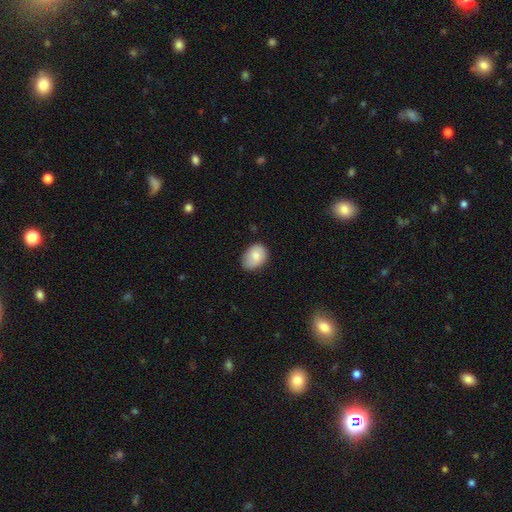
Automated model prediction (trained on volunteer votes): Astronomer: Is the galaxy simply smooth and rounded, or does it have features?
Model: smooth — 78%.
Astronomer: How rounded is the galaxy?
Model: in between — 73%.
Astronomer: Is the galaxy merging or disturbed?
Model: none — 70%.